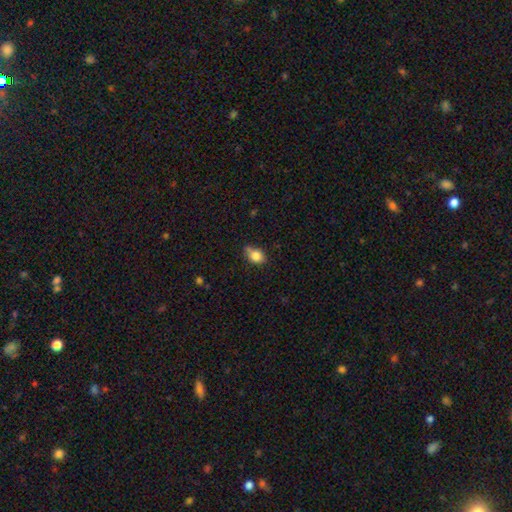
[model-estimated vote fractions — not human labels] A smooth galaxy with no disk features (83%) that is in between round and cigar-shaped (55%). Merging: none (55%).